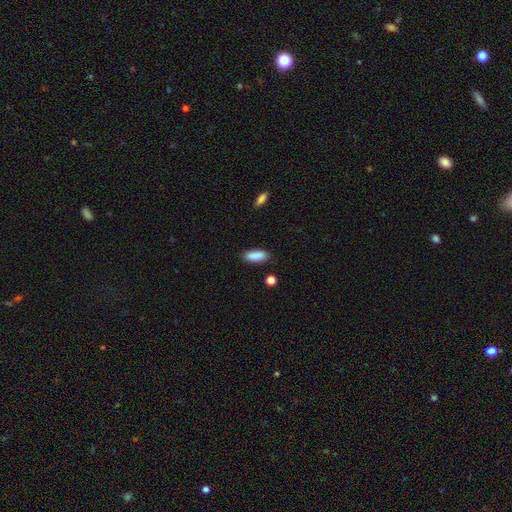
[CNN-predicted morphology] type=smooth (88%); roundness=in between (66%); merging=none (85%).